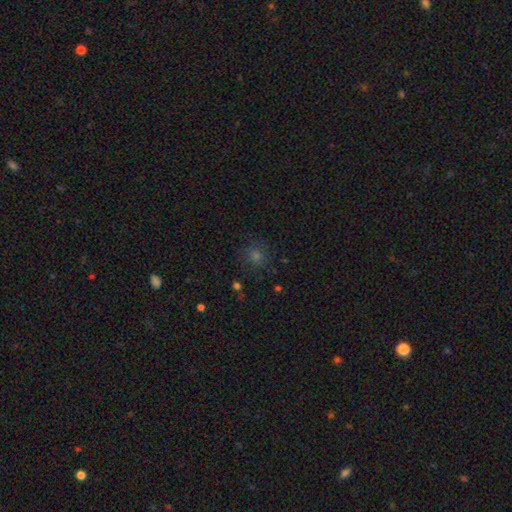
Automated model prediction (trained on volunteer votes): smooth 58%, star or artifact 33%, featured or disk 8%. Down the decision tree: how rounded — round (85%); merging — none (83%).